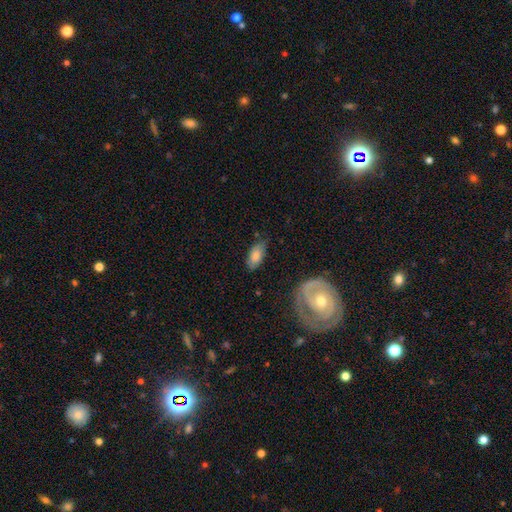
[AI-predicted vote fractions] The model was most divided on "merging": none: 75%, minor disturbance: 18%, major disturbance: 4%, merger: 2%. More confident: how rounded — in between (89%); smooth or featured — smooth (77%).